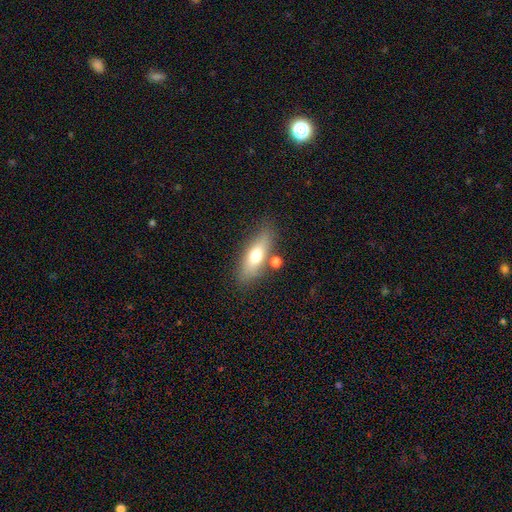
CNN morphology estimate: Smooth or featured: smooth — 64% (featured or disk — 28%)
How rounded: in between — 55% (cigar-shaped — 42%)
Merging: none — 73% (minor disturbance — 13%)